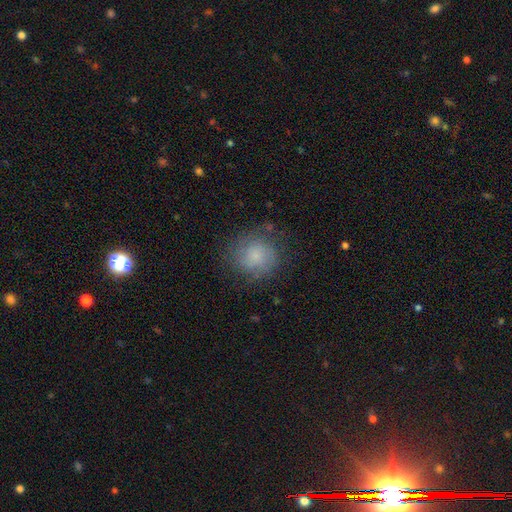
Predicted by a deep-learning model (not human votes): This appears to be a smooth galaxy with no disk features (68%) that is round (88%). Merging: none (72%).